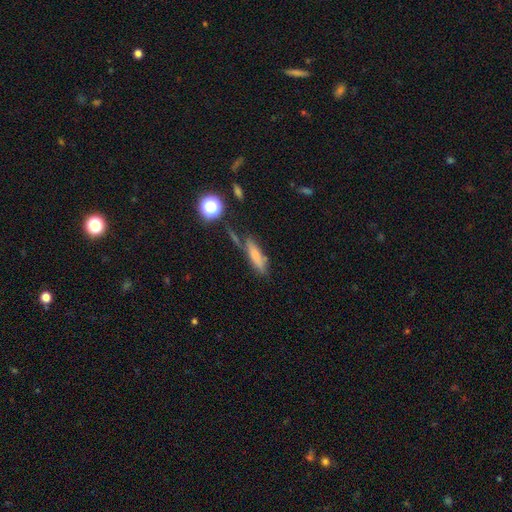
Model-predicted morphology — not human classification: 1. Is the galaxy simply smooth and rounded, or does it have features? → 68% smooth, 19% featured or disk, 13% star or artifact.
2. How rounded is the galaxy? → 66% cigar-shaped, 30% in between, 4% round.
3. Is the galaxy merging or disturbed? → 58% none, 20% minor disturbance, 14% merger, 9% major disturbance.